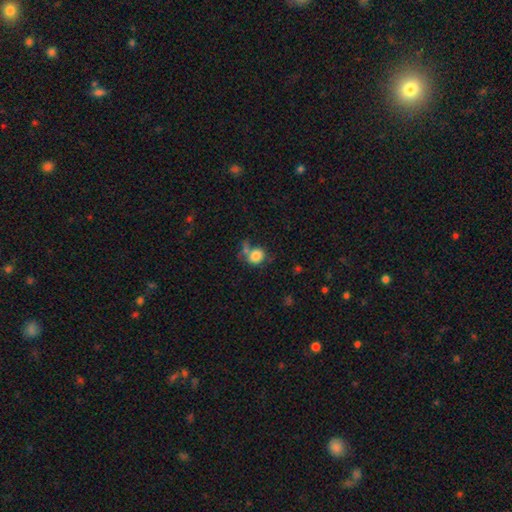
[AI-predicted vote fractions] This appears to be a smooth galaxy with no disk features (81%) that is round (71%). Merging: none (47%).